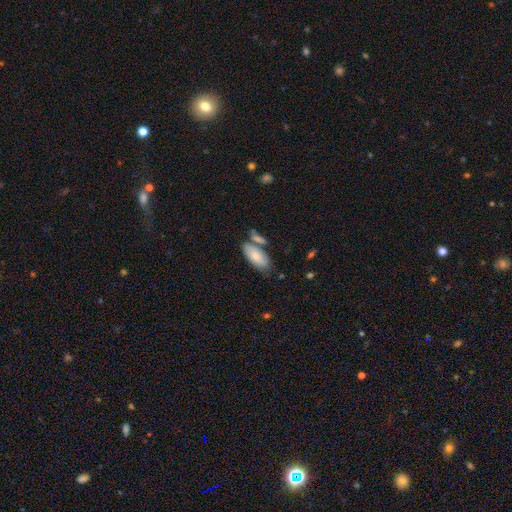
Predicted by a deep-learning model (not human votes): A smooth galaxy with no disk features (78%) that is in between round and cigar-shaped (88%). Merging: none (58%).